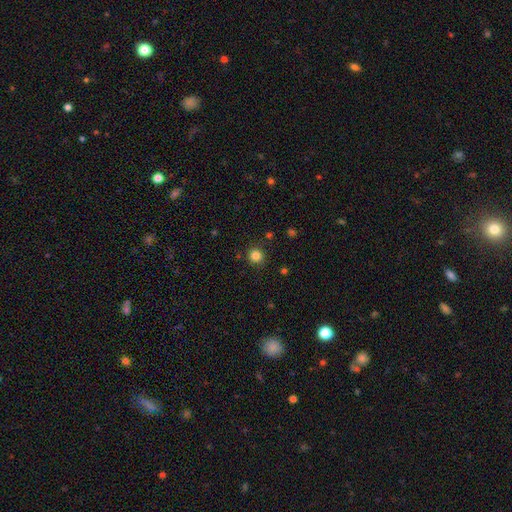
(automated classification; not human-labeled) Smooth or featured? Predicted: smooth (p=0.84). How rounded? Predicted: round (p=0.91). Merging? Predicted: none (p=0.88).